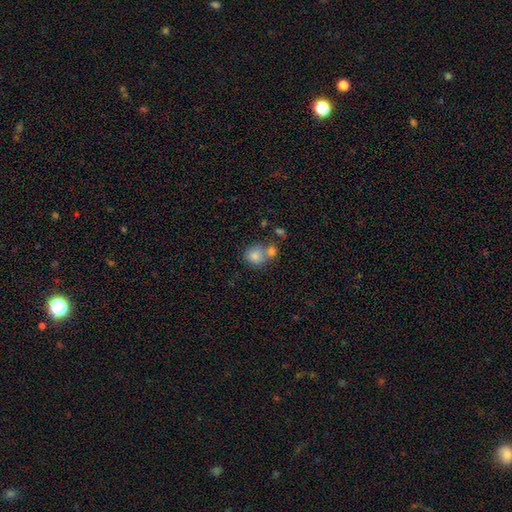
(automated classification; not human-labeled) Smooth or featured? Predicted: smooth (p=0.80). How rounded? Predicted: round (p=0.74). Merging? Predicted: merger (p=0.44).